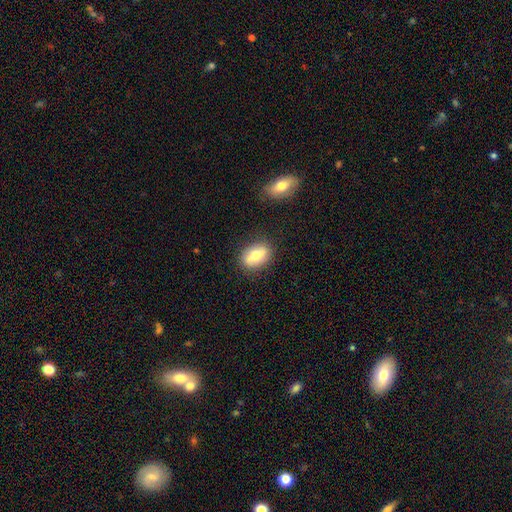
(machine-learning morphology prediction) Smooth or featured? smooth (68%)
How rounded? in between (80%)
Merging? none (84%)